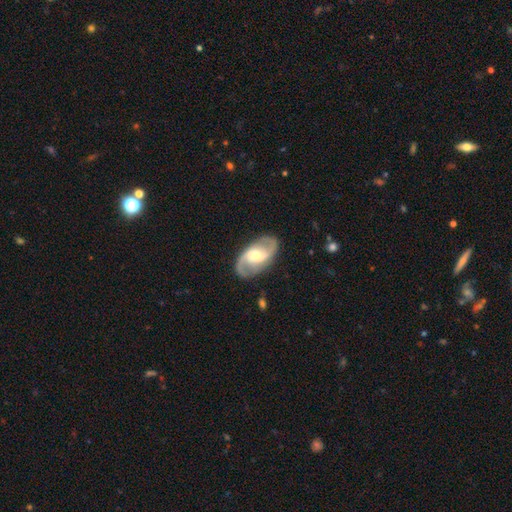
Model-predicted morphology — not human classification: This appears to be a featured or disk galaxy (85%) with a weak bar (48%), 2 (92%) medium (49%) spiral arms (95%) and a moderate central bulge (63%). Merging: none (85%).